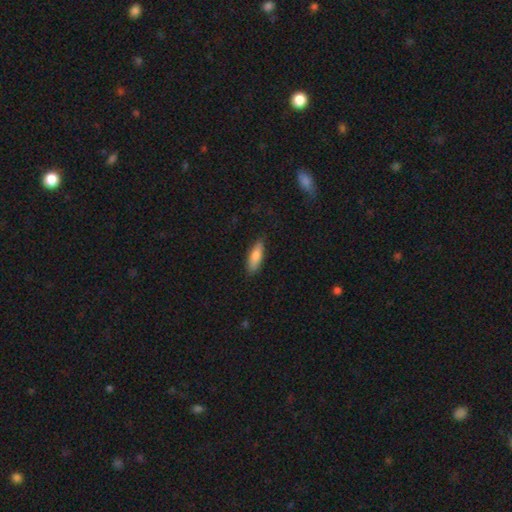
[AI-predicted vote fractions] Overall: smooth (80%). How rounded: in between (49%, tied with cigar-shaped). Merging: none (82%).